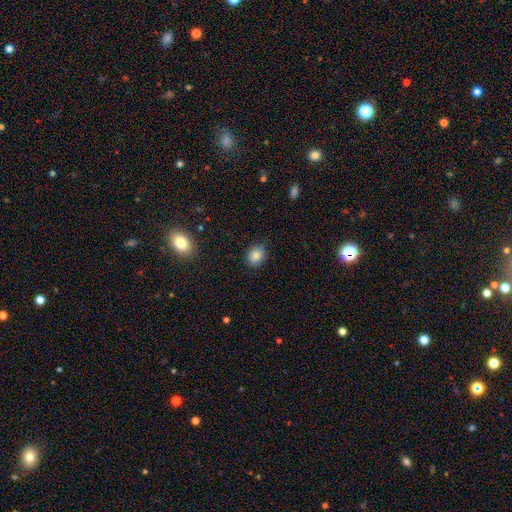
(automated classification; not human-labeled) smooth_or_featured: smooth (p=0.85) [alt: star or artifact p=0.10]
how_rounded: round (p=0.53) [alt: in between p=0.46]
merging: none (p=0.83) [alt: minor disturbance p=0.13]